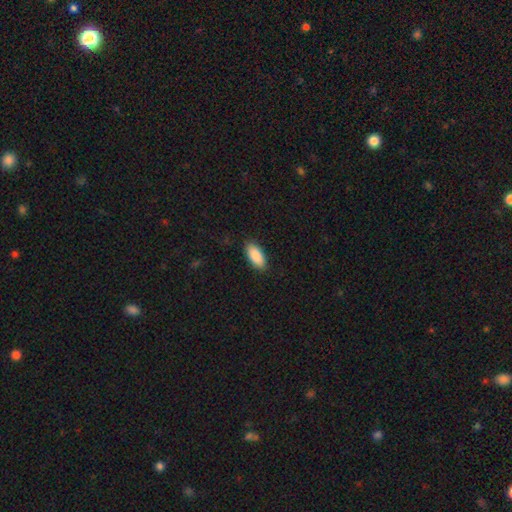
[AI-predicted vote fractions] Smooth or featured? smooth (89%)
How rounded? in between (88%)
Merging? none (87%)